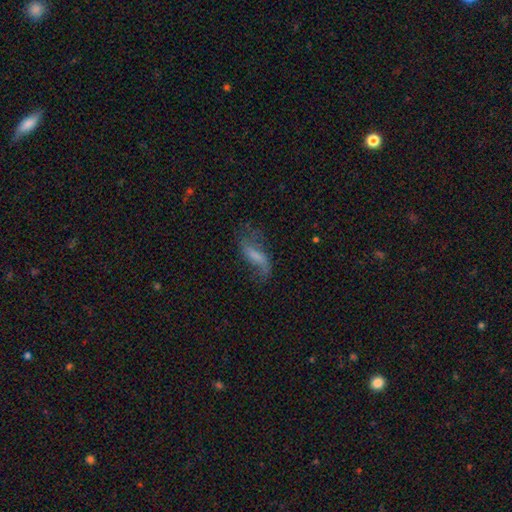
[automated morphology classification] A featured or disk galaxy (58%) with a weak bar (42%), spiral arms (83%) and no central bulge (43%).

Vote fractions:
- Smooth or featured? featured or disk: 58% / smooth: 31% / star or artifact: 10%
- Edge-on disk? no: 90% / yes: 10%
- Bar? weak: 42% / strong: 31% / no: 28%
- Spiral arms? yes: 83% / no: 17%
- Bulge size? none: 43% / small: 29% / moderate: 20% / large: 7% / dominant: 2%
- Merging? none: 51% / minor disturbance: 23% / major disturbance: 23% / merger: 3%